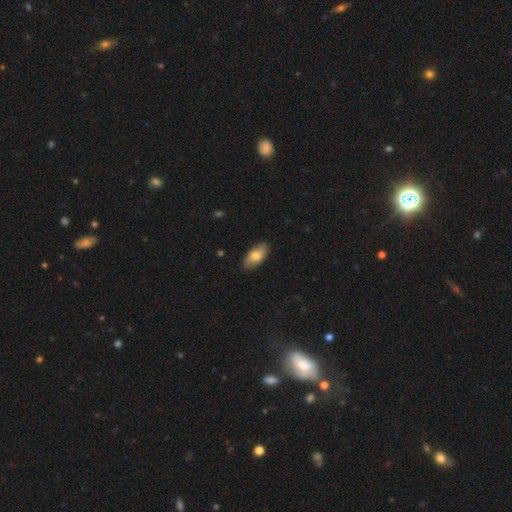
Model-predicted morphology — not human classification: A smooth galaxy with no disk features (77%) that is in between round and cigar-shaped (92%).

Vote fractions:
- Smooth or featured? smooth: 77% / featured or disk: 17% / star or artifact: 6%
- How rounded? in between: 92% / cigar-shaped: 5% / round: 3%
- Merging? none: 87% / minor disturbance: 10% / major disturbance: 2% / merger: 1%